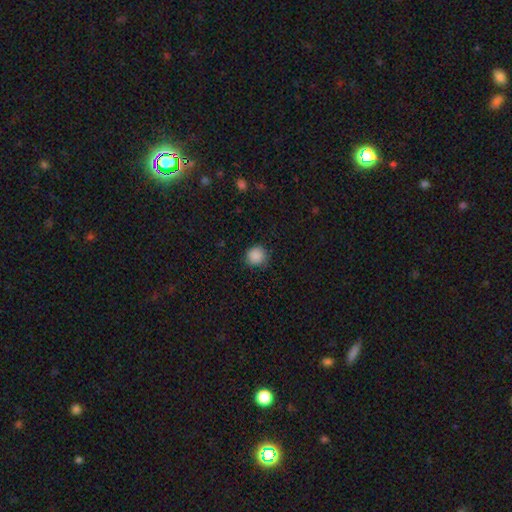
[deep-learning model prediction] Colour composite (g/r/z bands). It shows a smooth galaxy with no disk features (88%) that is round (91%). Merging: none (81%).